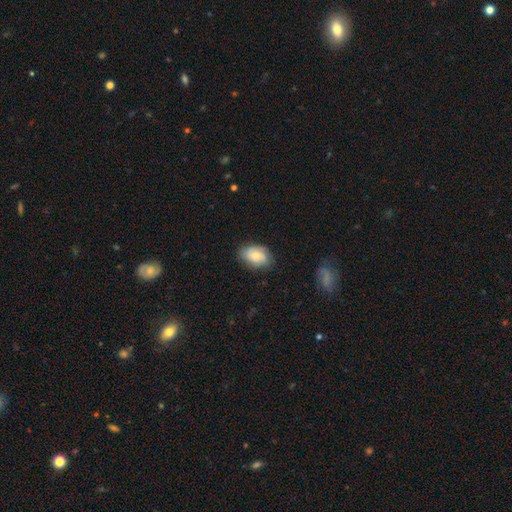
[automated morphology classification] Smooth or featured? smooth (54%)
How rounded? in between (82%)
Merging? none (74%)